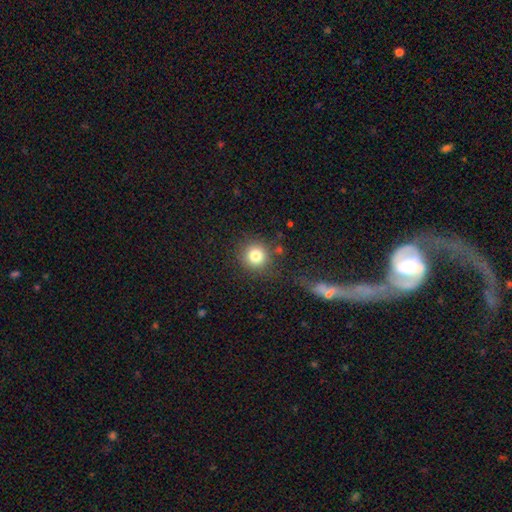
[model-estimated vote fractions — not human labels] The model was most divided on "smooth or featured": smooth: 81%, star or artifact: 11%, featured or disk: 7%. More confident: how rounded — round (92%); merging — none (81%).